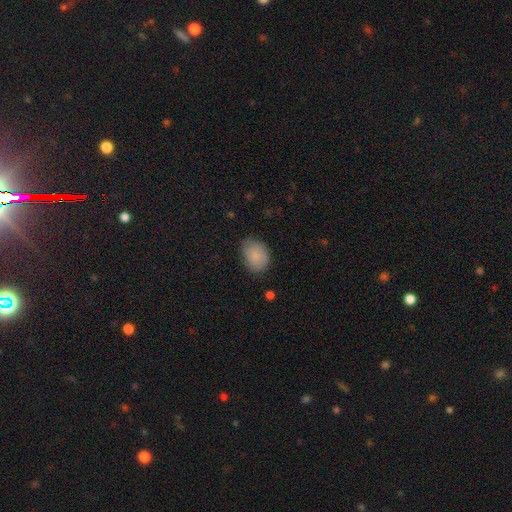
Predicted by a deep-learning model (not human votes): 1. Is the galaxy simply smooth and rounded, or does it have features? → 84% smooth, 9% featured or disk, 7% star or artifact.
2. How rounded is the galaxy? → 67% in between, 32% round, 1% cigar-shaped.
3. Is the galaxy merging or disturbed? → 76% none, 19% minor disturbance, 4% major disturbance, 1% merger.